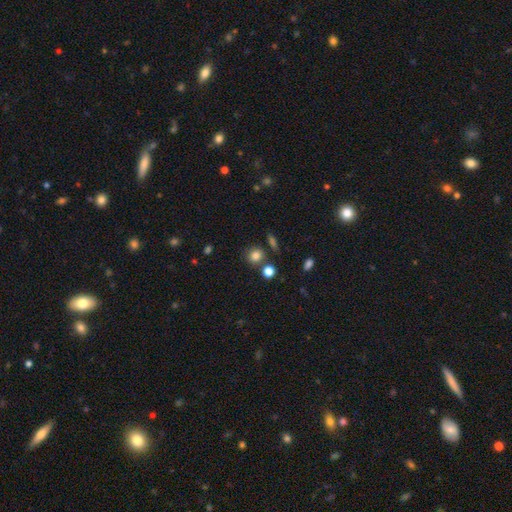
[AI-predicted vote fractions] This appears to be a smooth galaxy with no disk features (82%) that is round (81%). Merging: none (76%).